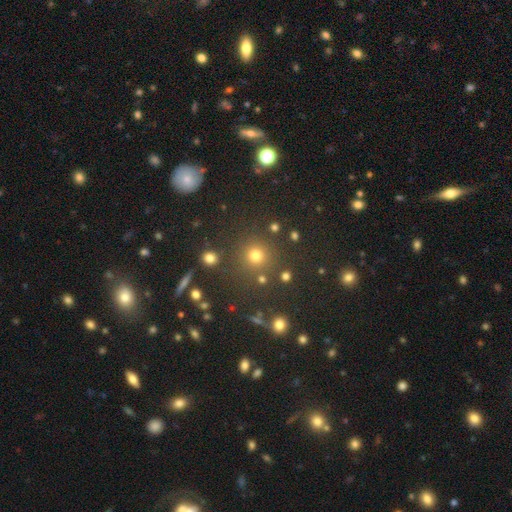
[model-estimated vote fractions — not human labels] smooth-or-featured: smooth: 70% | star or artifact: 23% | featured or disk: 7%
  how-rounded: round: 93% | in between: 6% | cigar-shaped: 1%
  merging: none: 84% | minor disturbance: 7% | merger: 5% | major disturbance: 4%